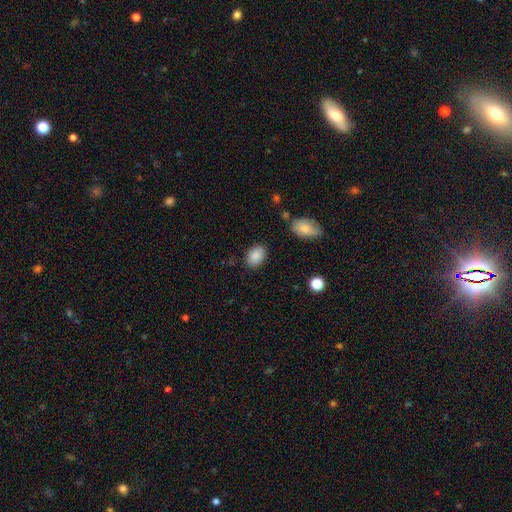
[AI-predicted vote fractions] Smooth or featured? Predicted: smooth (p=0.88). How rounded? Predicted: in between (p=0.85). Merging? Predicted: none (p=0.83).